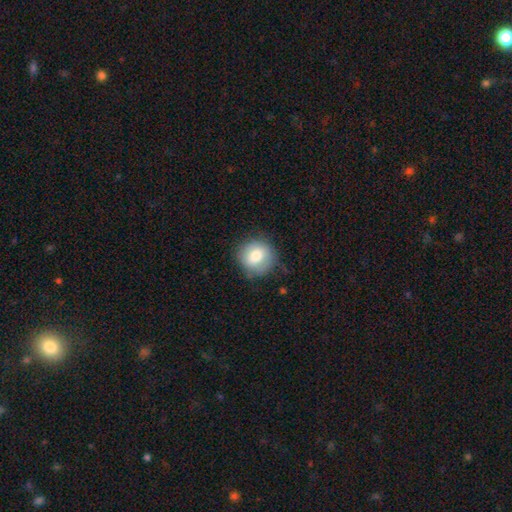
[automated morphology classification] Smooth or featured? smooth (73%)
How rounded? round (88%)
Merging? none (73%)